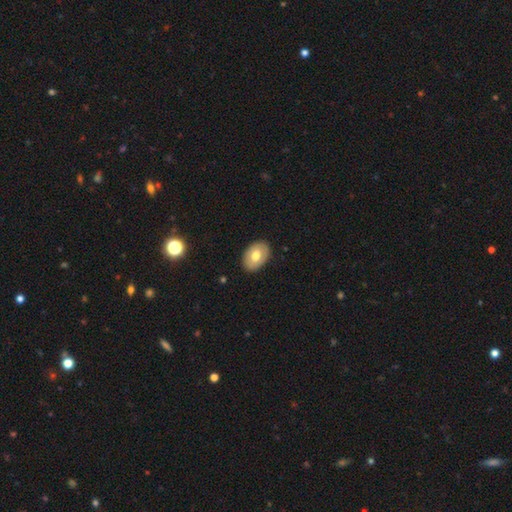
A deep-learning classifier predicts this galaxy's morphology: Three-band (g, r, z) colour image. It shows a smooth galaxy with no disk features (69%) that is in between round and cigar-shaped (84%). Merging: none (88%).